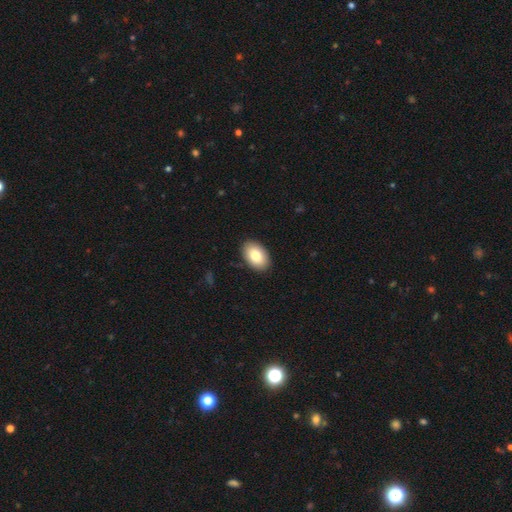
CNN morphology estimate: A smooth galaxy with no disk features (81%) that is in between round and cigar-shaped (90%). Merging: none (89%).